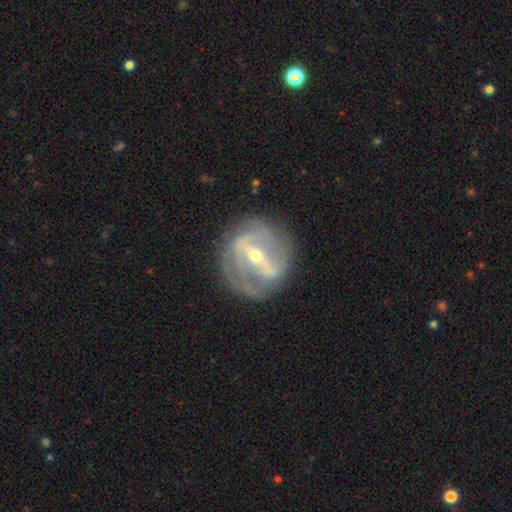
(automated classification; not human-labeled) smooth-or-featured: featured or disk: 83% | smooth: 11% | star or artifact: 6%
  disk-edge-on: no: 93% | yes: 7%
    bar: strong: 68% | weak: 23% | no: 8%
    has-spiral-arms: yes: 75% | no: 25%
      spiral-winding: tight: 45% | medium: 38% | loose: 17%
      spiral-arm-count: 2: 53% | can't tell: 26% | 3: 11% | 1: 4% | 4: 4% | more than 4: 3%
    bulge-size: small: 51% | moderate: 46% | large: 2% | none: 1% | dominant: 1%
  merging: none: 73% | minor disturbance: 16% | major disturbance: 9% | merger: 2%